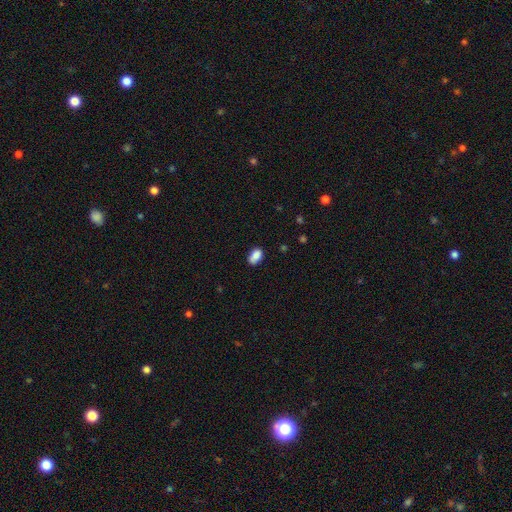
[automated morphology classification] This is clearly a smooth galaxy (86%). How rounded: clearly in between (87%). Merging: likely none (74%).